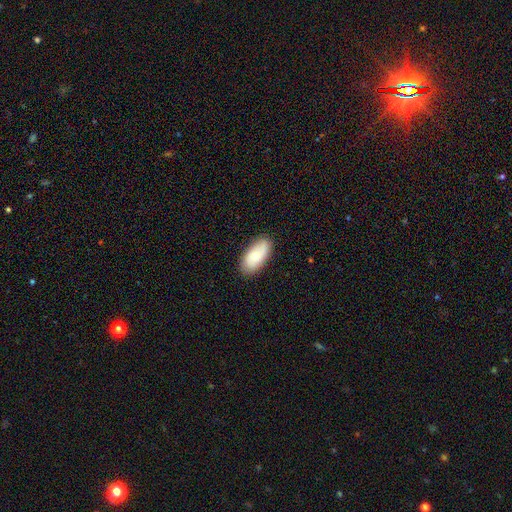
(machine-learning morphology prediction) Smooth or featured? Predicted: smooth (p=0.75). How rounded? Predicted: in between (p=0.92). Merging? Predicted: none (p=0.83).